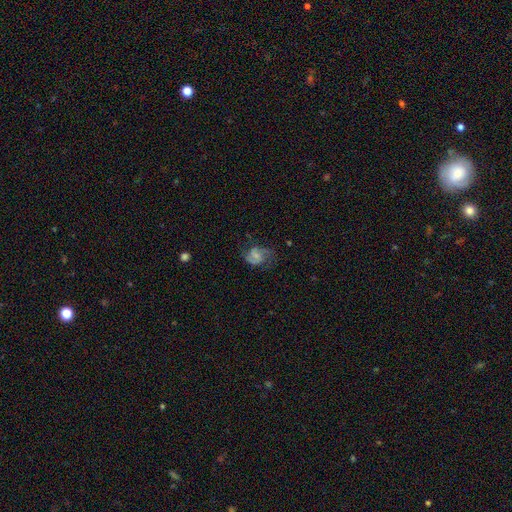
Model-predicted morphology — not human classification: featured or disk 67%, smooth 25%, star or artifact 8%. Down the decision tree: edge-on disk — no (98%); bar — no (46%); spiral arms — yes (90%); spiral arm count — 2 (82%); spiral winding — medium (49%); bulge size — small (48%); merging — none (56%).